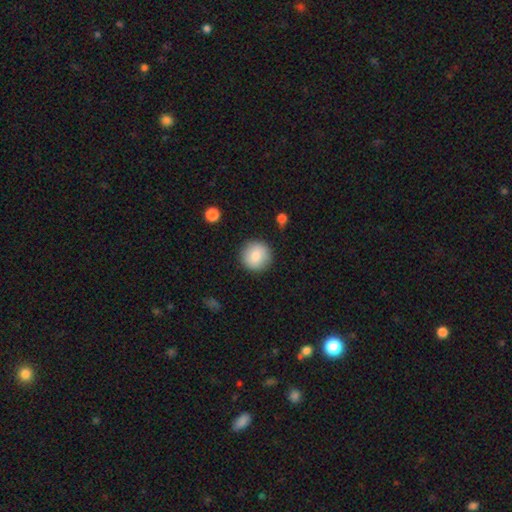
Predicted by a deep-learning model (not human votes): Smooth or featured: smooth — 84% (featured or disk — 9%)
How rounded: round — 95% (in between — 4%)
Merging: none — 90% (minor disturbance — 7%)